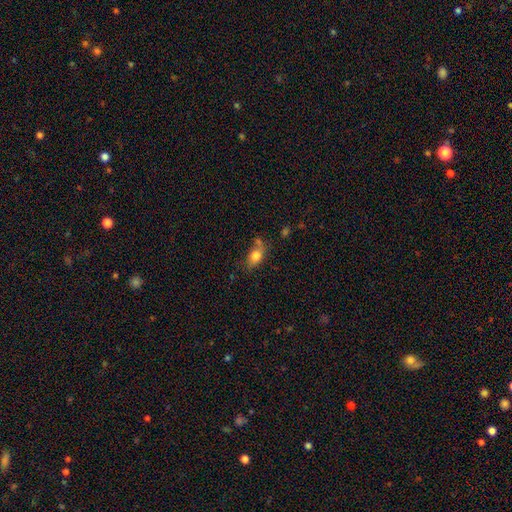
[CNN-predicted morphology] Smooth or featured? smooth (77%)
How rounded? in between (75%)
Merging? none (53%)